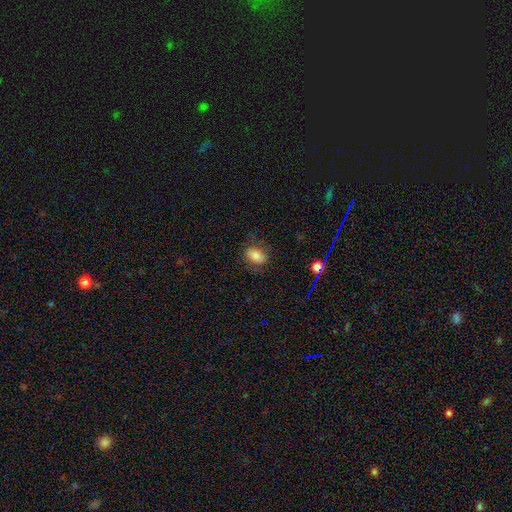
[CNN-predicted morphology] The model was most divided on "merging": none: 75%, minor disturbance: 16%, major disturbance: 7%, merger: 1%. More confident: how rounded — in between (86%); smooth or featured — smooth (78%).